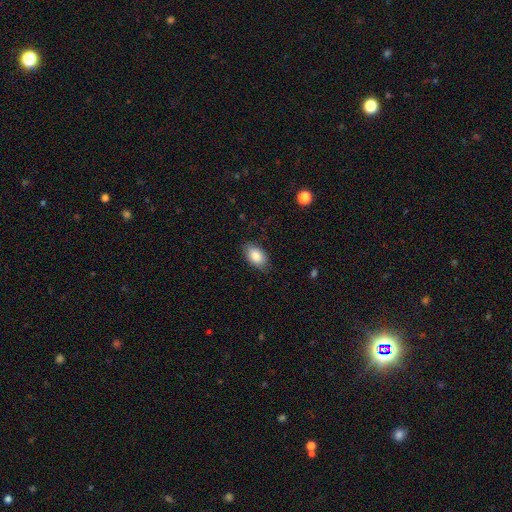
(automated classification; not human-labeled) Overall: smooth (85%). How rounded: in between (92%). Merging: none (80%).